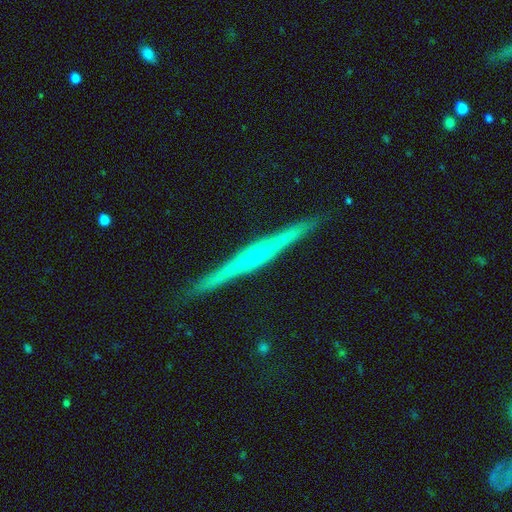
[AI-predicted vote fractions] Overall: featured or disk (80%). Edge-on disk: yes (98%). Edge-on bulge: rounded (80%). Merging: none (89%).